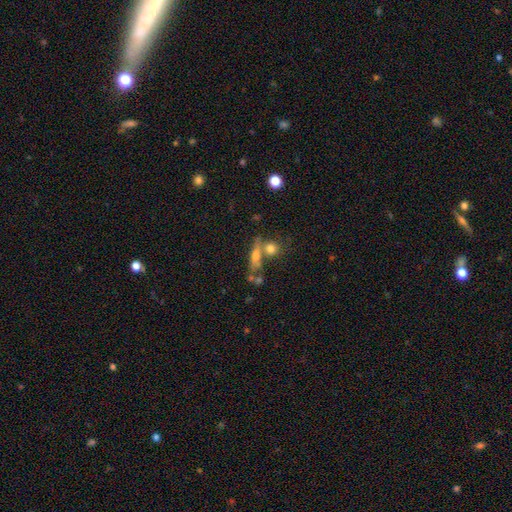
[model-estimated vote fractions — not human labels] Smooth or featured? smooth (53%)
How rounded? cigar-shaped (48%)
Merging? none (51%)